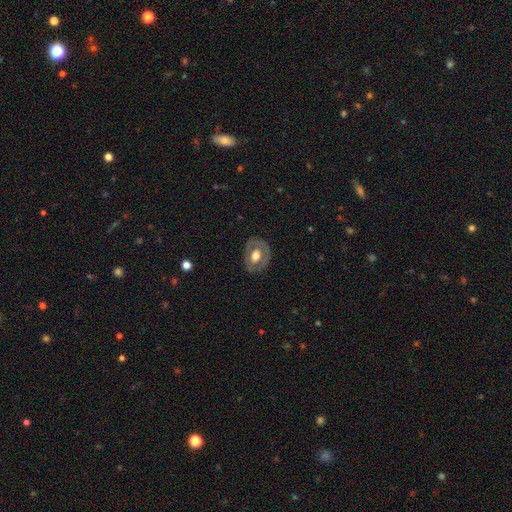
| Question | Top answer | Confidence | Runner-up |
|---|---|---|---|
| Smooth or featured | featured or disk | 62% | smooth (35%) |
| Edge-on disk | no | 100% | — |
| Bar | no | 80% | strong (12%) |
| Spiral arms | no | 96% | yes (4%) |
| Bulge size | large | 72% | moderate (20%) |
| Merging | none | 67% | minor disturbance (23%) |